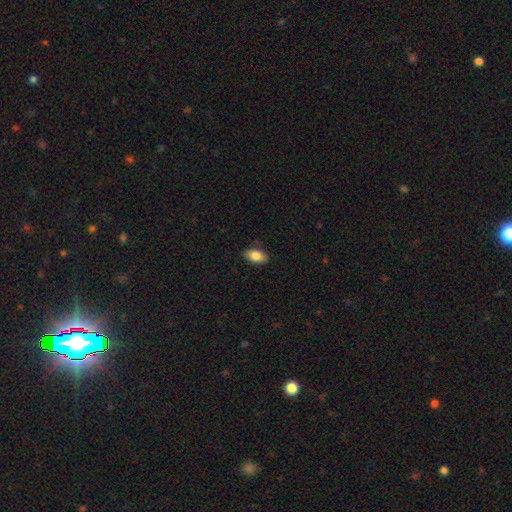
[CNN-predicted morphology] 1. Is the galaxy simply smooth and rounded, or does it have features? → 87% smooth, 7% star or artifact, 6% featured or disk.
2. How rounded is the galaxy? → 92% in between, 6% round, 2% cigar-shaped.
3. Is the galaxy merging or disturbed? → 85% none, 12% minor disturbance, 2% major disturbance, 1% merger.